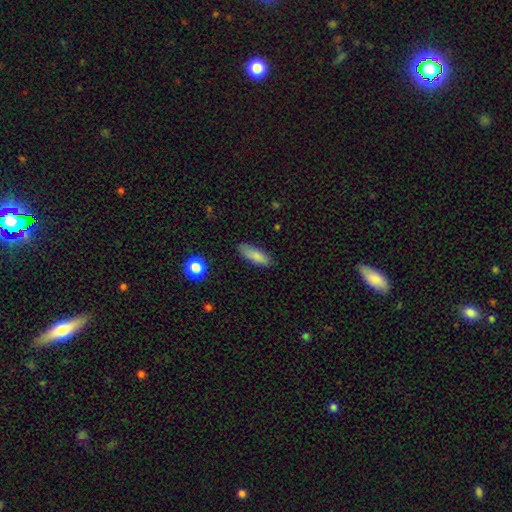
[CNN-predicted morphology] A smooth galaxy with no disk features (84%) that is in between round and cigar-shaped (58%). Merging: none (82%).